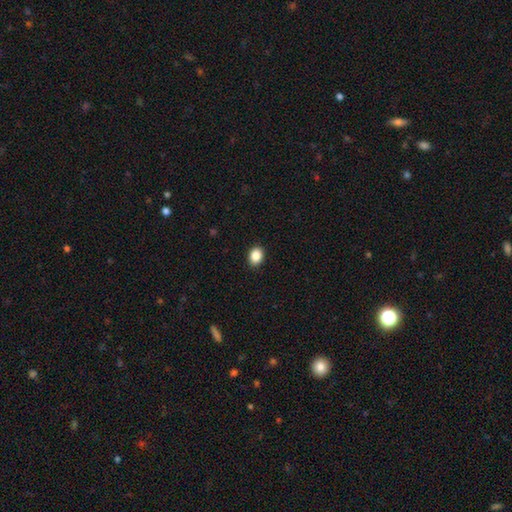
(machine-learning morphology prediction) This appears to be a smooth galaxy with no disk features (88%) that is in between round and cigar-shaped (58%). Merging: none (91%).